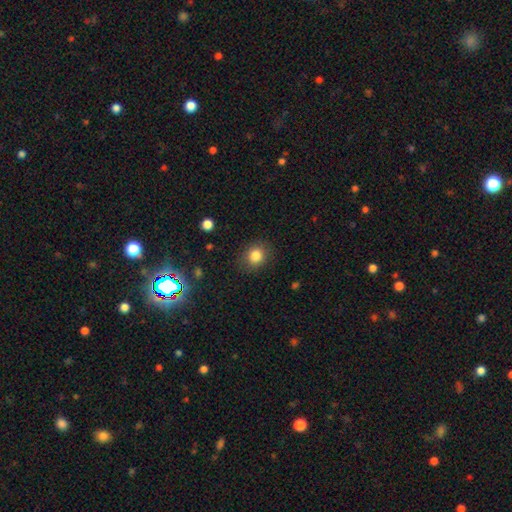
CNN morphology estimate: The model was most divided on "how rounded": round: 74%, in between: 25%, cigar-shaped: 1%. More confident: merging — none (84%); smooth or featured — smooth (83%).